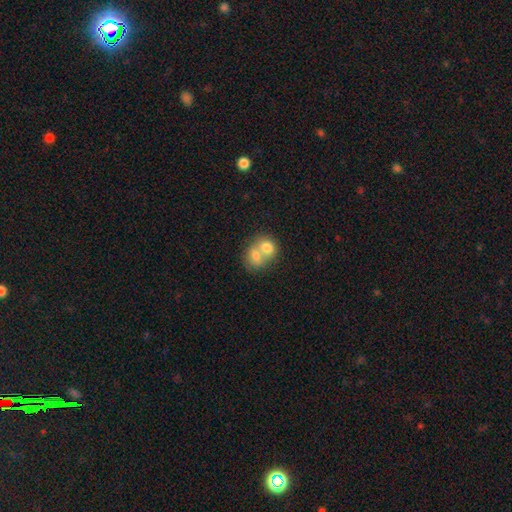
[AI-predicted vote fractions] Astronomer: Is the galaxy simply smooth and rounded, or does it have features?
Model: smooth — 72%.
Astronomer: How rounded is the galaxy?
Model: round — 56% (runner-up: in between, 43%).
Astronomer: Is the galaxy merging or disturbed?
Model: merger — 74%.